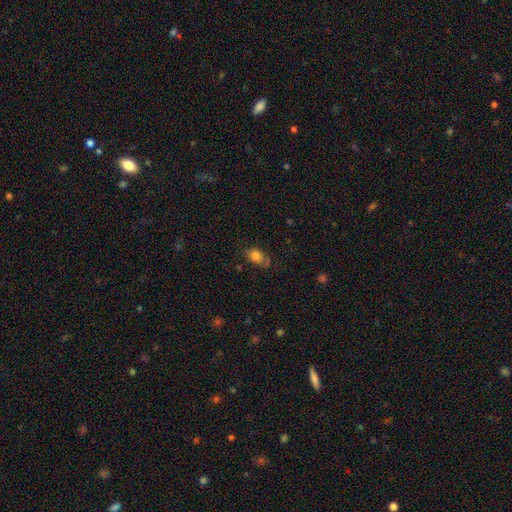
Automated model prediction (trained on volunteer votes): The model was most divided on "merging": none: 56%, minor disturbance: 29%, major disturbance: 10%, merger: 5%. More confident: smooth or featured — smooth (79%); how rounded — in between (79%).